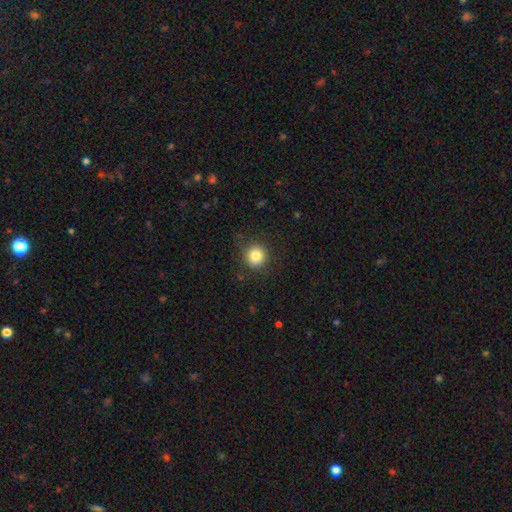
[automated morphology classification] Smooth or featured? Predicted: smooth (p=0.83). How rounded? Predicted: round (p=0.91). Merging? Predicted: none (p=0.85).